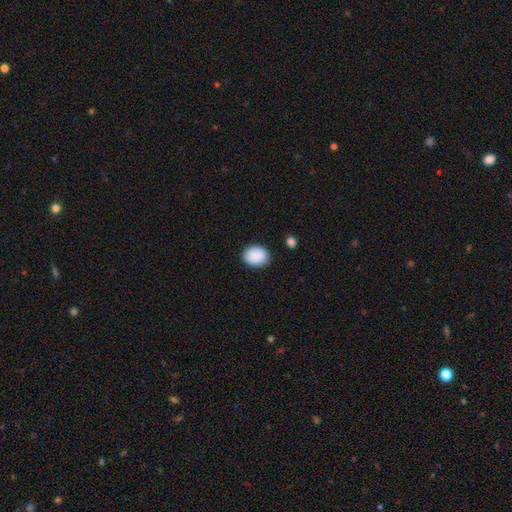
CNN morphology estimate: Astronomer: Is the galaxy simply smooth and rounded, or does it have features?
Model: smooth — 90%.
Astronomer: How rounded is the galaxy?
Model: in between — 53% (runner-up: round, 46%).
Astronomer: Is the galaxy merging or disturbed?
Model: none — 86%.